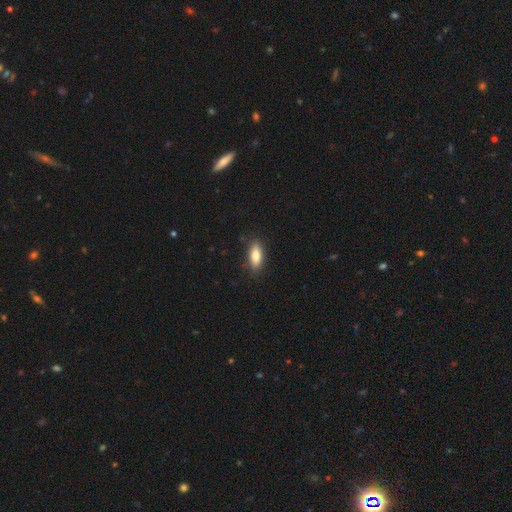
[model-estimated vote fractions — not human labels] smooth 81%, featured or disk 12%, star or artifact 7%. Down the decision tree: how rounded — in between (77%); merging — none (86%).